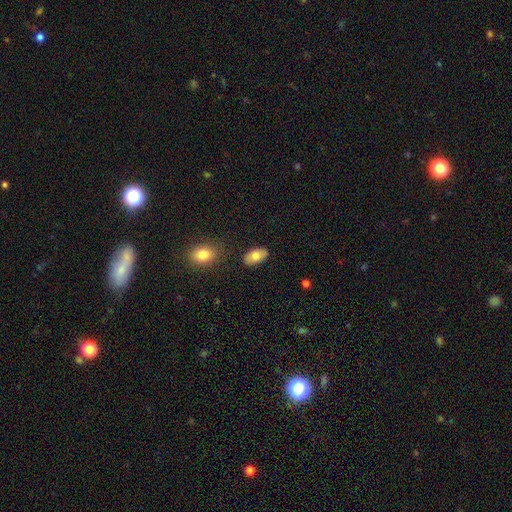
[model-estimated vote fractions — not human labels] This is likely a smooth galaxy (78%). How rounded: clearly in between (94%). Merging: clearly none (83%).